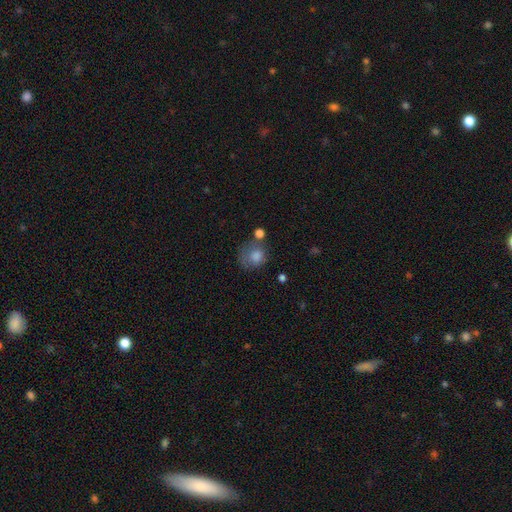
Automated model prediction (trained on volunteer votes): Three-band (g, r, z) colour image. It shows a smooth galaxy with no disk features (75%) that is round (74%). Merging: none (45%).